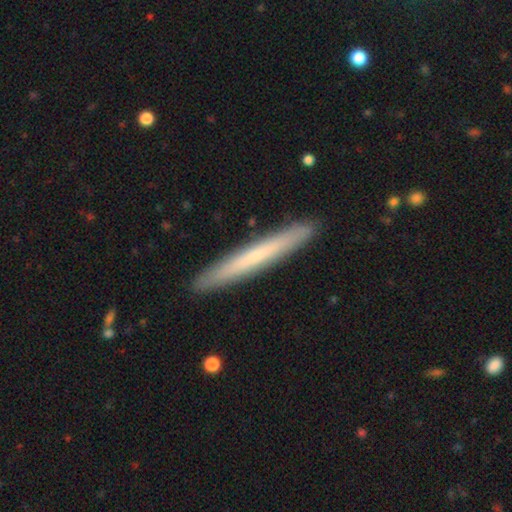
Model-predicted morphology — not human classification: smooth 58%, featured or disk 36%, star or artifact 6%. Down the decision tree: how rounded — cigar-shaped (97%); merging — none (92%).